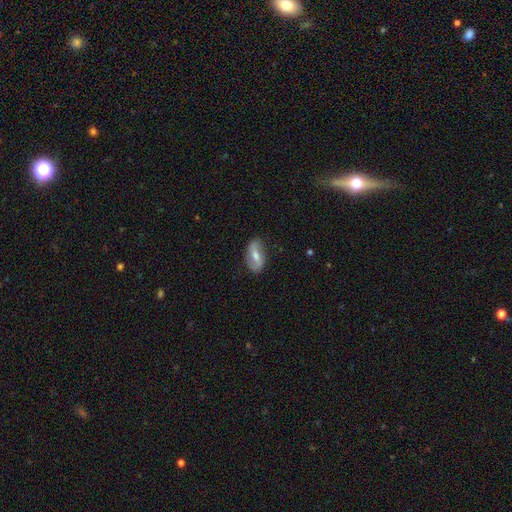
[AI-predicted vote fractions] smooth_or_featured: featured or disk (p=0.52) [alt: smooth p=0.41]
disk_edge_on: no (p=0.92) [alt: yes p=0.08]
merging: none (p=0.76) [alt: minor disturbance p=0.18]